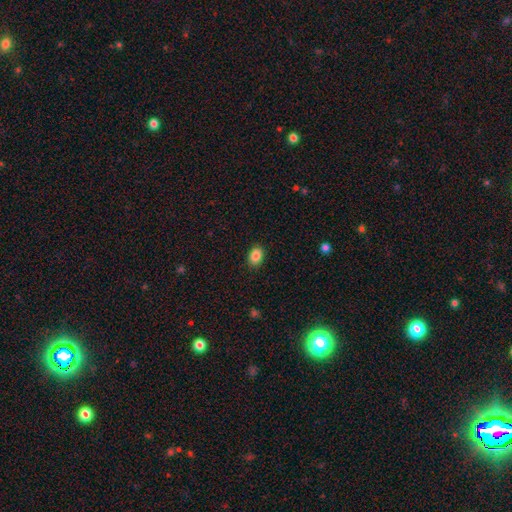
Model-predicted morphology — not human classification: Smooth or featured? smooth (86%)
How rounded? in between (74%)
Merging? none (90%)